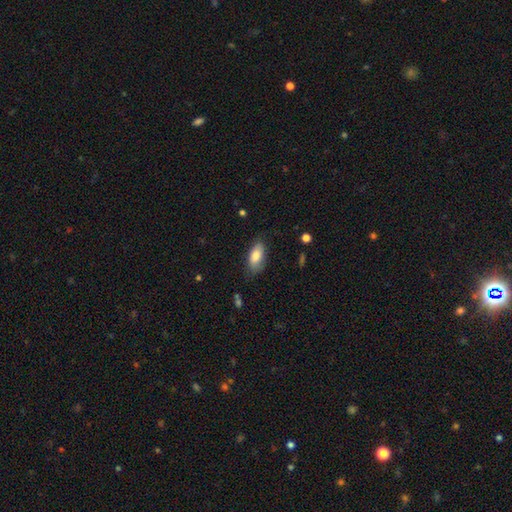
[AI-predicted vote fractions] Morphology: type=smooth (82%); roundness=in between (89%); merging=none (73%).